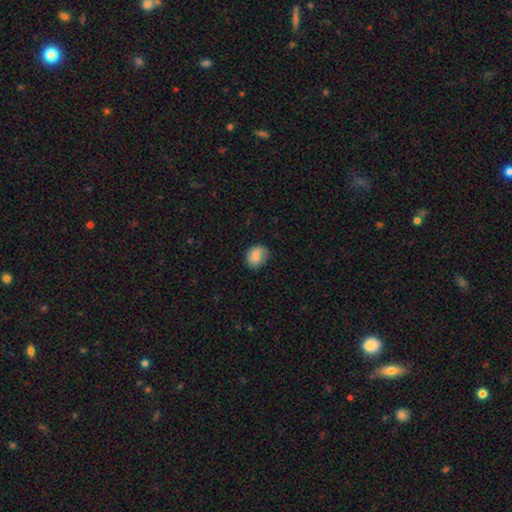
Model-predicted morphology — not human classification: Smooth or featured? smooth (85%)
How rounded? round (55%)
Merging? none (76%)